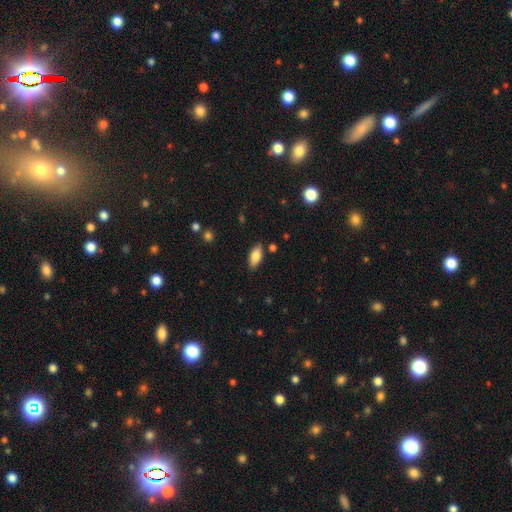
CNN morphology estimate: Smooth or featured? Predicted: smooth (p=0.78). How rounded? Predicted: in between (p=0.85). Merging? Predicted: none (p=0.85).